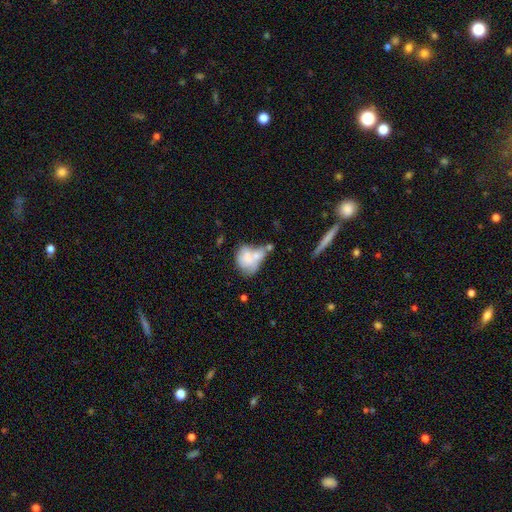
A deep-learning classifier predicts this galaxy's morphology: Overall: smooth (56%; featured or disk 35%). How rounded: in between (66%; round 32%). Merging: merger (50%; none 19%).